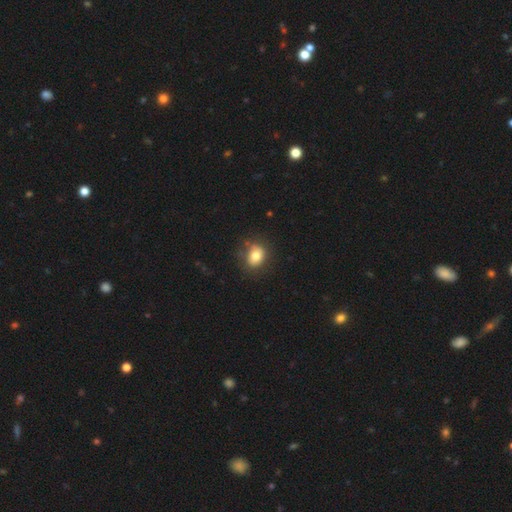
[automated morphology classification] A smooth galaxy with no disk features (80%) that is in between round and cigar-shaped (53%). Merging: none (74%).